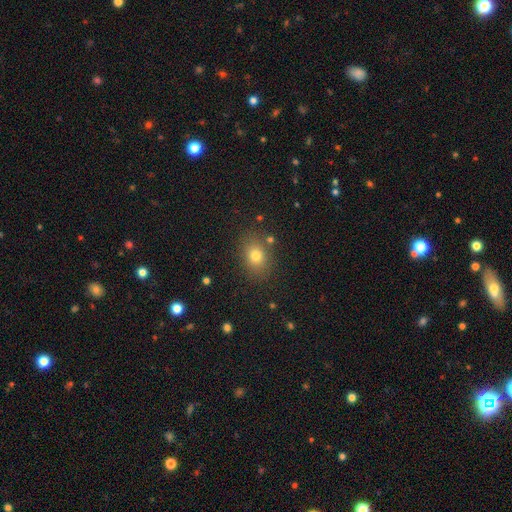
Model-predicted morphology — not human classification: type=smooth (76%); roundness=in between (57%); merging=none (83%).